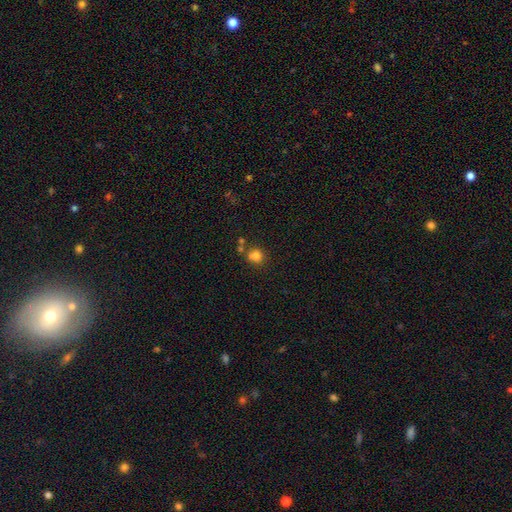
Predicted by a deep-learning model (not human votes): Smooth or featured? smooth (78%)
How rounded? round (83%)
Merging? none (61%)